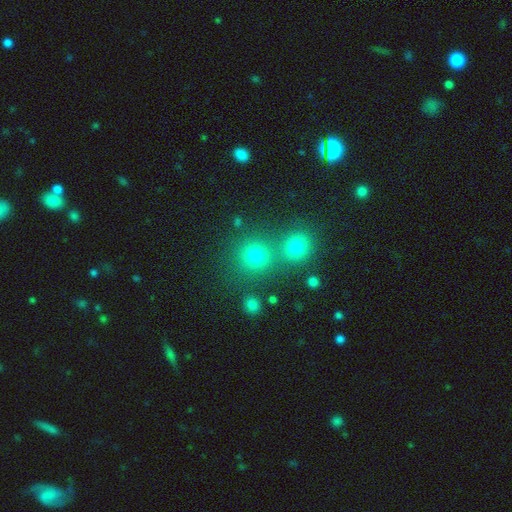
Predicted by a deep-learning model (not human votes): Smooth or featured? smooth (76%)
How rounded? round (88%)
Merging? none (63%)